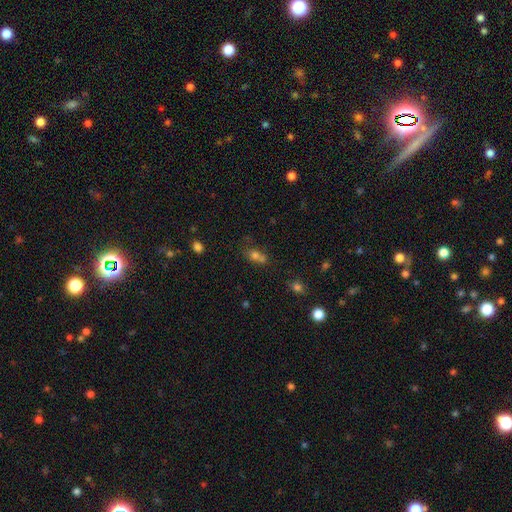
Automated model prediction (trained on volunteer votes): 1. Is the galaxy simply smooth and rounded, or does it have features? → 70% smooth, 17% star or artifact, 13% featured or disk.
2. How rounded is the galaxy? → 50% in between, 47% round, 3% cigar-shaped.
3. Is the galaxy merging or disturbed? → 49% merger, 34% none, 11% minor disturbance, 6% major disturbance.